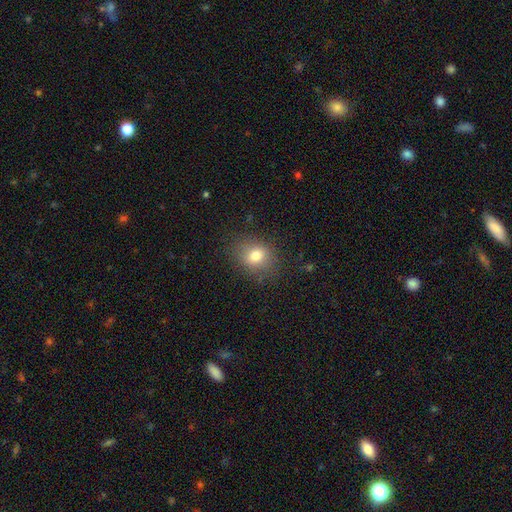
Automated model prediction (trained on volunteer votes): Smooth or featured?
  - smooth: 76% *
  - star or artifact: 12%
  - featured or disk: 12%
How rounded?
  - round: 56% *
  - in between: 43%
  - cigar-shaped: 1%
Merging?
  - none: 80% *
  - minor disturbance: 13%
  - major disturbance: 5%
  - merger: 1%